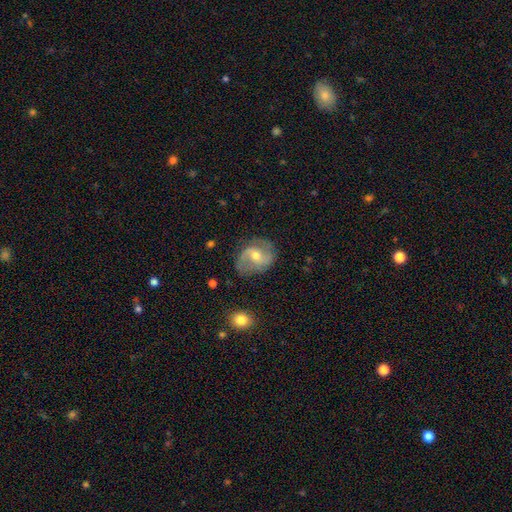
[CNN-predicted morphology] smooth-or-featured: featured or disk: 75% | smooth: 18% | star or artifact: 6%
  disk-edge-on: no: 97% | yes: 3%
    bar: weak: 45% | no: 38% | strong: 17%
    has-spiral-arms: yes: 91% | no: 9%
      spiral-winding: medium: 43% | loose: 41% | tight: 16%
      spiral-arm-count: 2: 87% | can't tell: 6% | 1: 3% | 3: 2% | 4: 1% | more than 4: 1%
    bulge-size: moderate: 57% | small: 38% | large: 3% | none: 1% | dominant: 1%
  merging: none: 72% | minor disturbance: 19% | major disturbance: 8% | merger: 2%